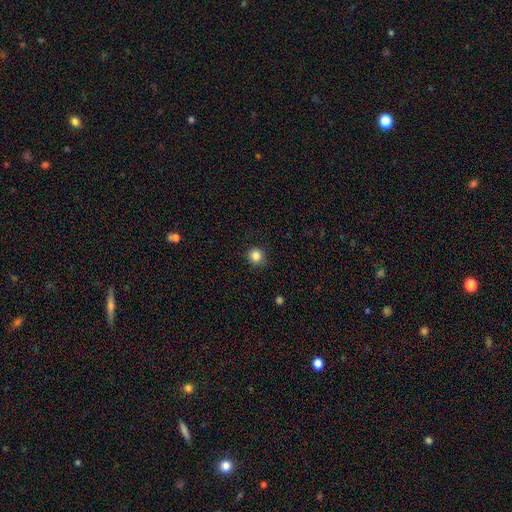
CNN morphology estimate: Smooth or featured?
  - smooth: 85% *
  - star or artifact: 11%
  - featured or disk: 4%
How rounded?
  - round: 91% *
  - in between: 8%
  - cigar-shaped: 1%
Merging?
  - none: 90% *
  - minor disturbance: 7%
  - major disturbance: 2%
  - merger: 1%